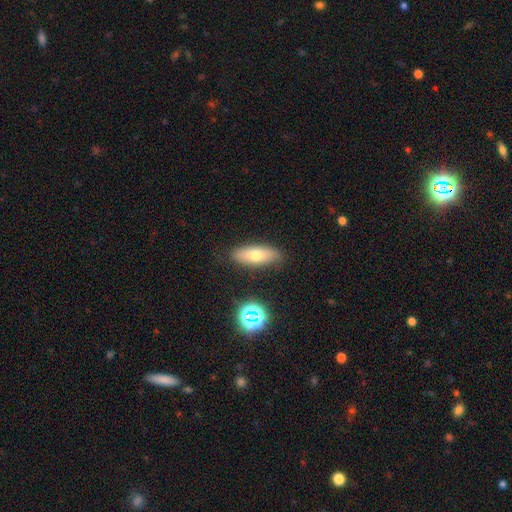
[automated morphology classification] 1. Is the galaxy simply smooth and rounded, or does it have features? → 65% smooth, 25% featured or disk, 10% star or artifact.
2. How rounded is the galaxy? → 71% in between, 24% cigar-shaped, 4% round.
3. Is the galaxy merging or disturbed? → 84% none, 11% minor disturbance, 3% major disturbance, 2% merger.